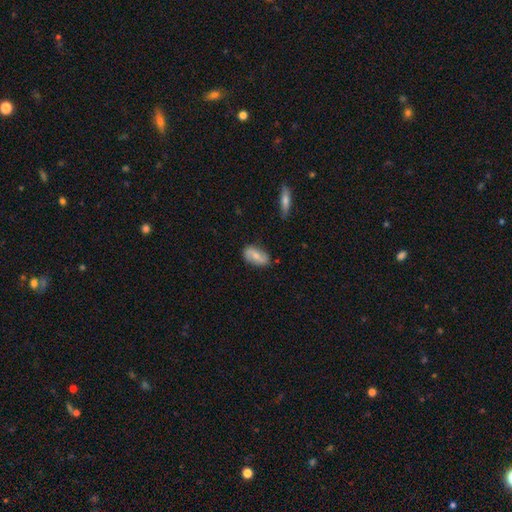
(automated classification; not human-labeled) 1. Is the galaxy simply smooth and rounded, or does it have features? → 53% featured or disk, 40% smooth, 7% star or artifact.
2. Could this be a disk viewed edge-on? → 93% no, 7% yes.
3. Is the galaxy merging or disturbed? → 79% none, 16% minor disturbance, 3% major disturbance, 2% merger.